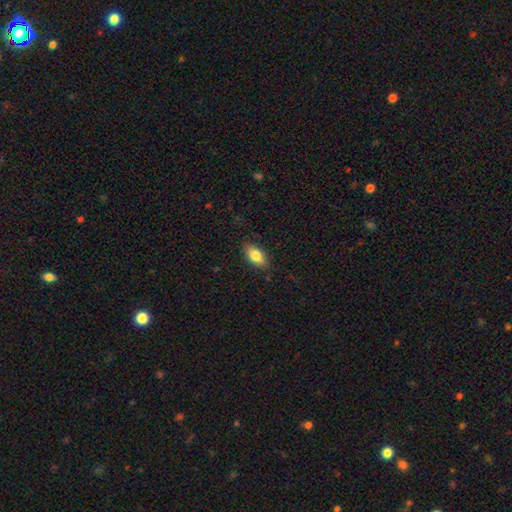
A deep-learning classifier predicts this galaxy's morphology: type=smooth (81%); roundness=in between (89%); merging=none (85%).